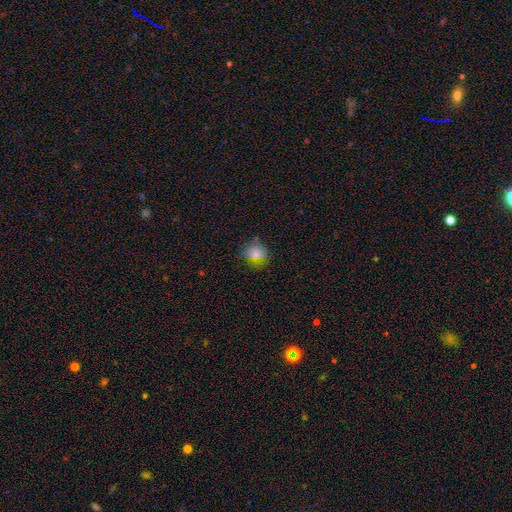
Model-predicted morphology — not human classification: Overall: smooth (79%). How rounded: round (74%). Merging: none (75%).